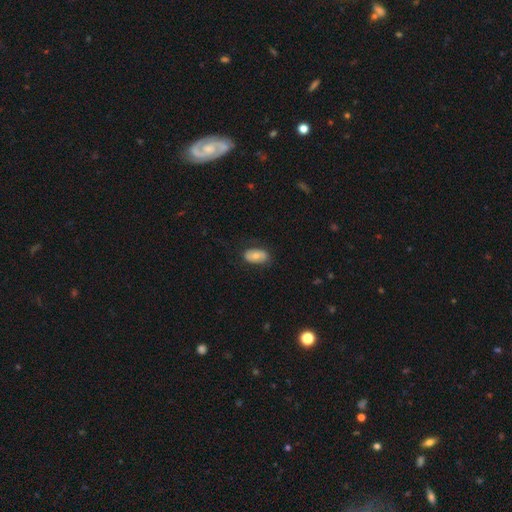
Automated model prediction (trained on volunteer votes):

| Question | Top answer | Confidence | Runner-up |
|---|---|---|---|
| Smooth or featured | smooth | 65% | featured or disk (28%) |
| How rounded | in between | 92% | round (6%) |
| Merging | none | 77% | minor disturbance (17%) |